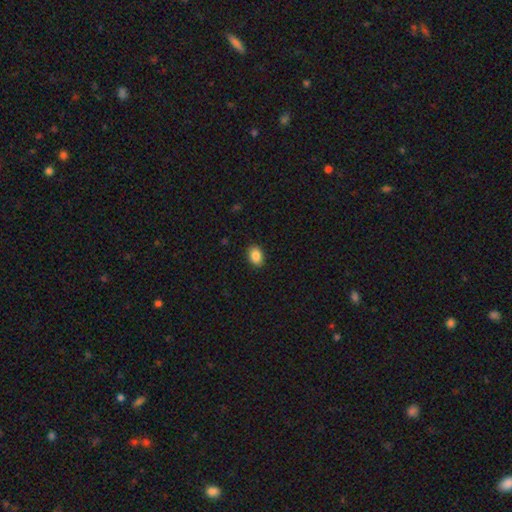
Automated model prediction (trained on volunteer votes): Smooth or featured? Predicted: smooth (p=0.87). How rounded? Predicted: in between (p=0.81). Merging? Predicted: none (p=0.90).